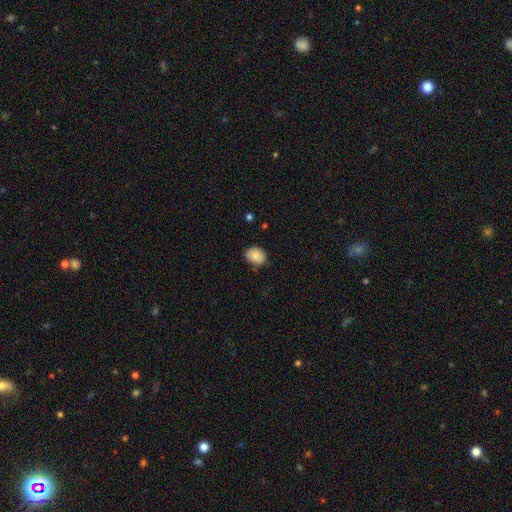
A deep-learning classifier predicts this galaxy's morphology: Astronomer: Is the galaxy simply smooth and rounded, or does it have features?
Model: smooth — 85%.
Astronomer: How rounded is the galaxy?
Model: in between — 63%.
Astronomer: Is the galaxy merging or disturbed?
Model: none — 78%.